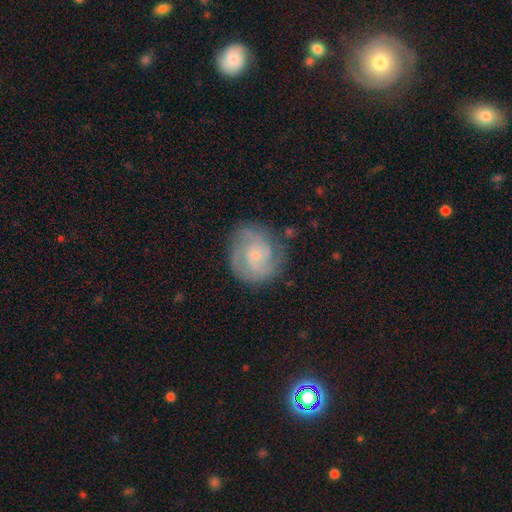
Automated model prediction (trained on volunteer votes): Overall: featured or disk (80%). Edge-on disk: no (98%). Bar: no (69%). Spiral arms: yes (95%). Spiral arm count: 2 (43%; 3 23%). Spiral winding: tight (58%; medium 34%). Bulge size: small (75%). Merging: none (77%).